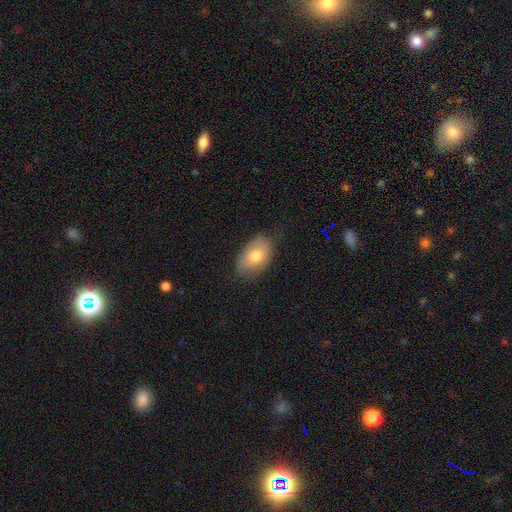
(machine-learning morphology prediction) This appears to be a smooth galaxy with no disk features (73%) that is in between round and cigar-shaped (89%). Merging: none (69%).